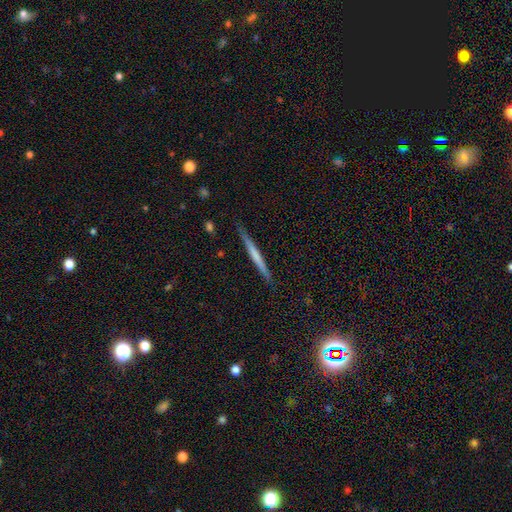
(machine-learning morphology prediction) Smooth or featured?
  - smooth: 50% *
  - featured or disk: 44%
  - star or artifact: 6%
Merging?
  - none: 88% *
  - minor disturbance: 9%
  - major disturbance: 2%
  - merger: 1%